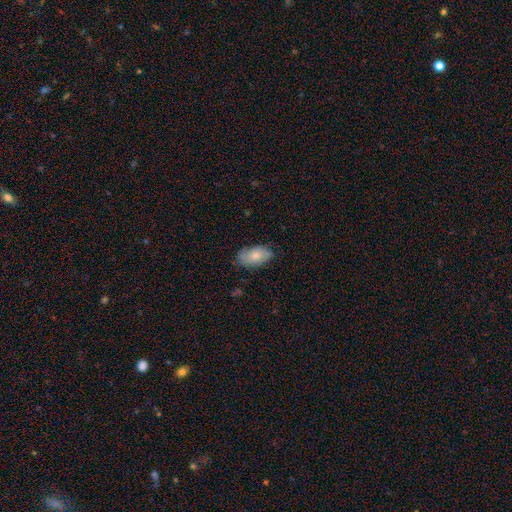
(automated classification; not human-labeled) A smooth galaxy with no disk features (73%) that is in between round and cigar-shaped (93%). Merging: none (72%).